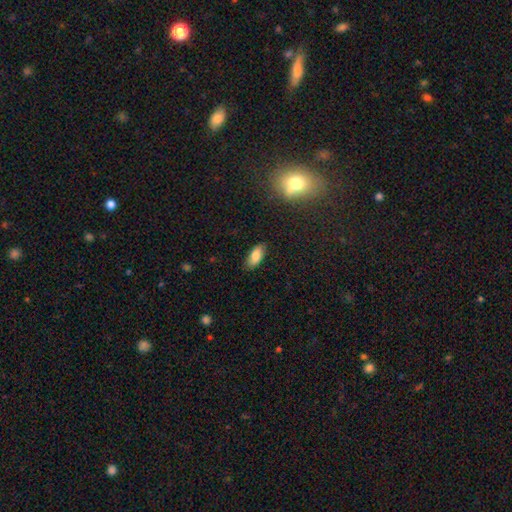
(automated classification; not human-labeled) A smooth galaxy with no disk features (81%) that is in between round and cigar-shaped (88%).

Vote fractions:
- Smooth or featured? smooth: 81% / featured or disk: 11% / star or artifact: 8%
- How rounded? in between: 88% / cigar-shaped: 9% / round: 3%
- Merging? none: 84% / minor disturbance: 12% / major disturbance: 2% / merger: 1%